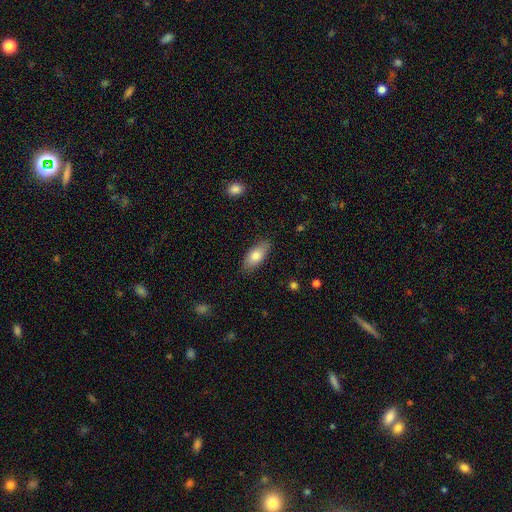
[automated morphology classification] Smooth or featured: smooth — 79% (featured or disk — 14%)
How rounded: in between — 86% (cigar-shaped — 11%)
Merging: none — 85% (minor disturbance — 12%)